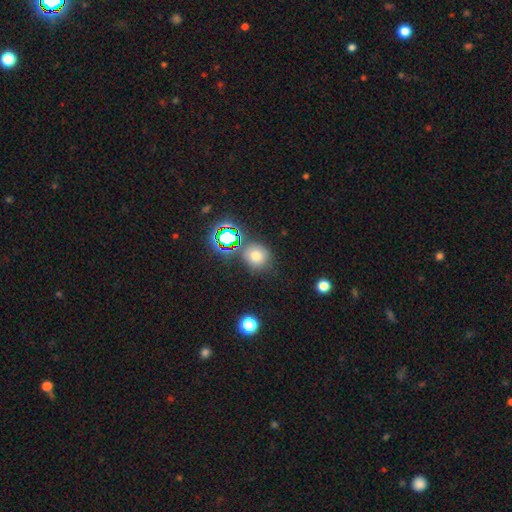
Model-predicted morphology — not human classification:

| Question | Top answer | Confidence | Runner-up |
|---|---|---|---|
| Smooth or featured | smooth | 68% | star or artifact (23%) |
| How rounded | round | 79% | in between (20%) |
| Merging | none | 74% | minor disturbance (12%) |